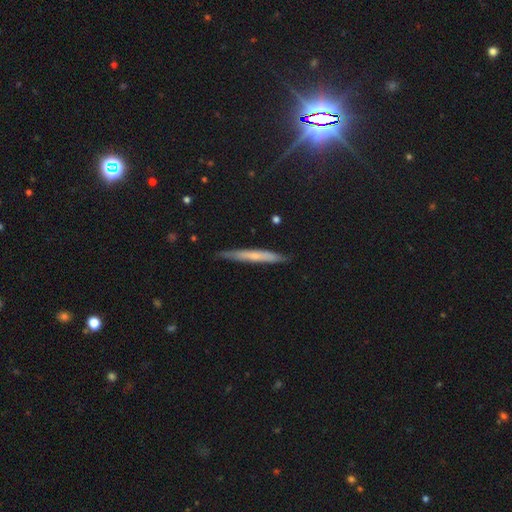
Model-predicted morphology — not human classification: Smooth or featured?
  - smooth: 48% *
  - featured or disk: 45%
  - star or artifact: 7%
Merging?
  - none: 84% *
  - minor disturbance: 13%
  - major disturbance: 2%
  - merger: 1%